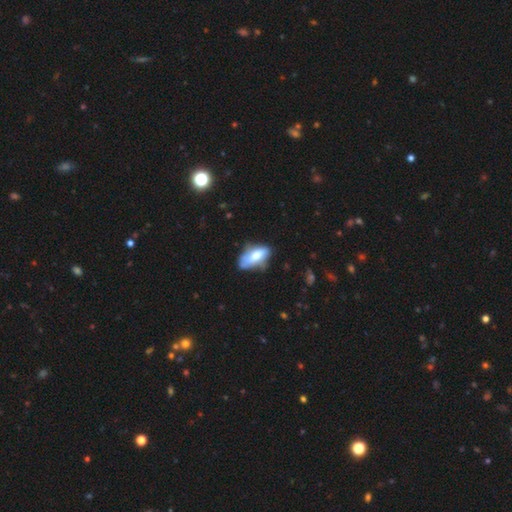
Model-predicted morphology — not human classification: Smooth or featured? smooth (66%)
How rounded? in between (83%)
Merging? none (49%)